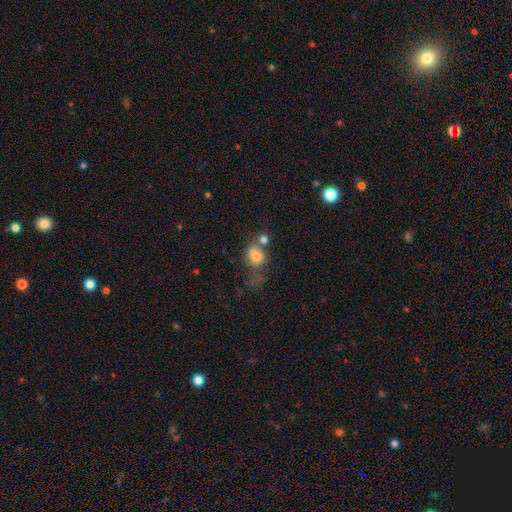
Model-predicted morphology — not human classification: Q: Smooth or featured?
A: smooth (71%); runner-up: featured or disk (16%)
Q: How rounded?
A: in between (51%); runner-up: round (47%)
Q: Merging?
A: merger (45%); runner-up: none (29%)